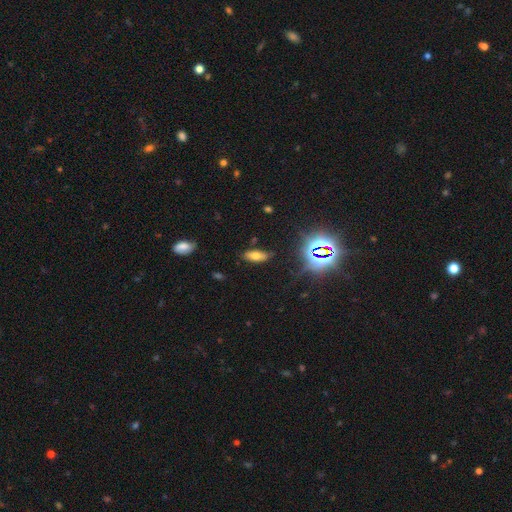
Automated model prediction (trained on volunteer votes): Overall: smooth (62%; star or artifact 22%). How rounded: in between (79%). Merging: none (81%).